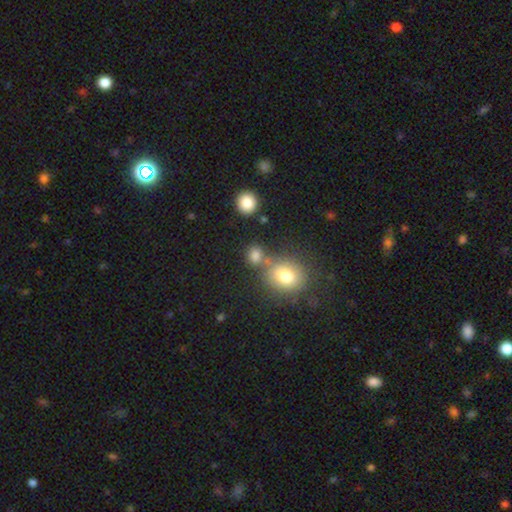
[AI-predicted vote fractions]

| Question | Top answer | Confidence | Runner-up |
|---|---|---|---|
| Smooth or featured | smooth | 77% | star or artifact (16%) |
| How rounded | round | 70% | in between (28%) |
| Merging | none | 62% | merger (22%) |